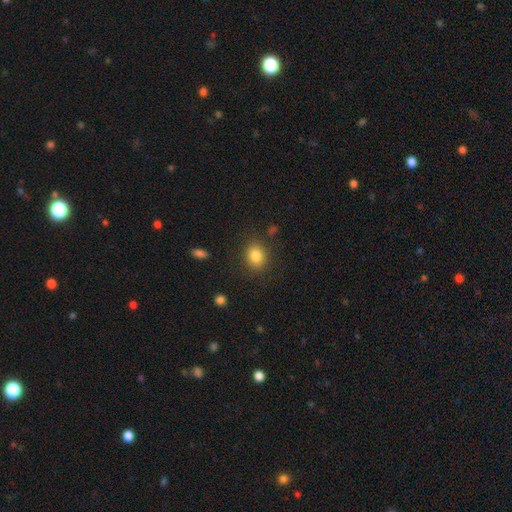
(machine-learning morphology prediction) Smooth or featured? Predicted: smooth (p=0.84). How rounded? Predicted: in between (p=0.51). Merging? Predicted: none (p=0.84).